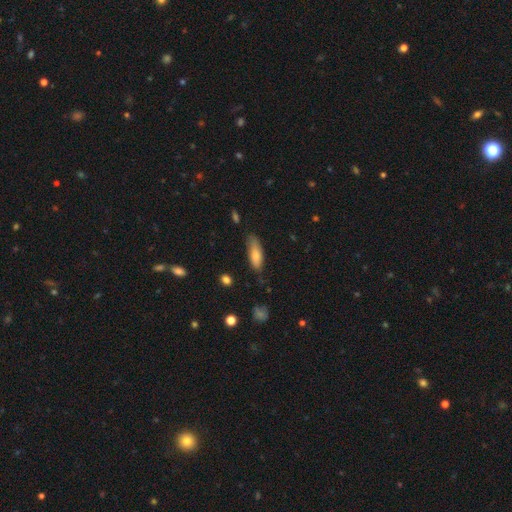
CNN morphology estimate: A smooth galaxy with no disk features (78%) that is in between round and cigar-shaped (65%). Merging: none (61%).